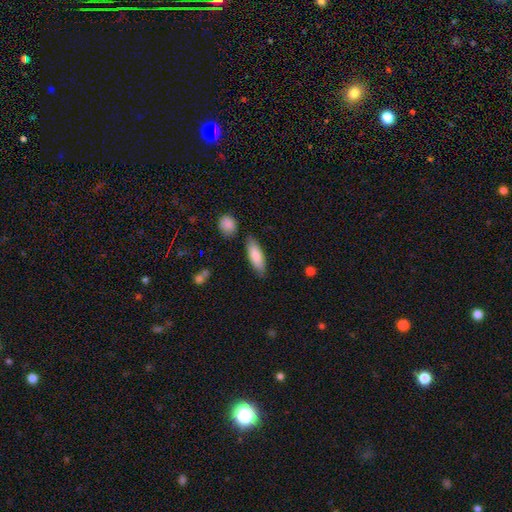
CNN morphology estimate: A smooth galaxy with no disk features (81%) that is in between round and cigar-shaped (59%). Merging: none (80%).